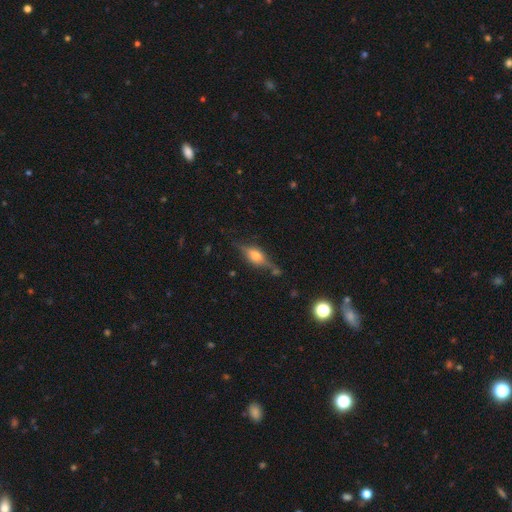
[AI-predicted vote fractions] Smooth or featured? Predicted: featured or disk (p=0.62). Edge-on disk? Predicted: yes (p=0.92). Edge-on bulge? Predicted: rounded (p=0.89). Merging? Predicted: none (p=0.73).